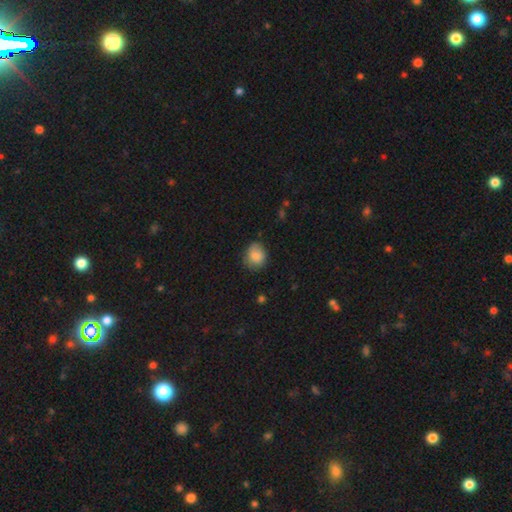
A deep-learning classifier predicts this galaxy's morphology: Overall: smooth (84%). How rounded: round (62%; in between 37%). Merging: none (67%).